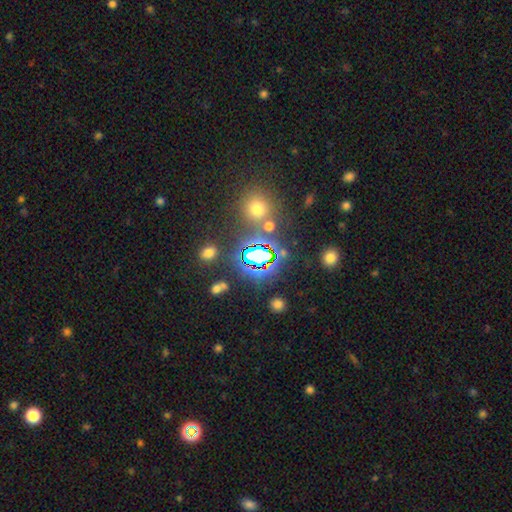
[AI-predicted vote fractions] This appears to be a star or artifact, not a galaxy (64%).